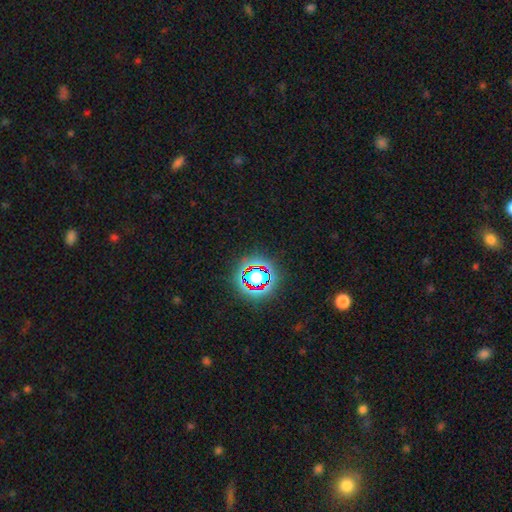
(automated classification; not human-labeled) star or artifact 75%, smooth 16%, featured or disk 8%.